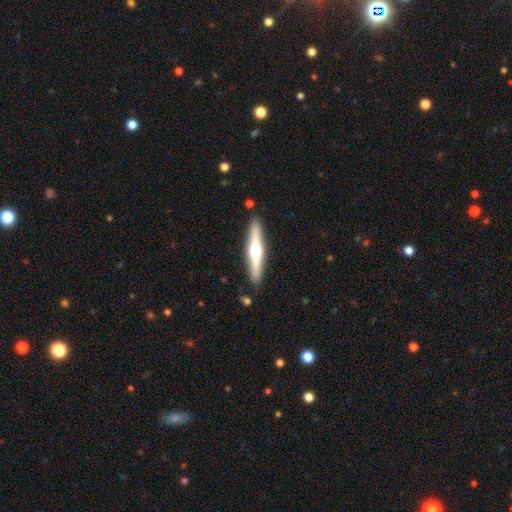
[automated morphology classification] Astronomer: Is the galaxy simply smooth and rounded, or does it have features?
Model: featured or disk — 63%.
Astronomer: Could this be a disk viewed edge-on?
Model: yes — 96%.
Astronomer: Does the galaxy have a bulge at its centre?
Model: rounded — 92%.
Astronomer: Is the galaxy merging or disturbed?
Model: none — 90%.